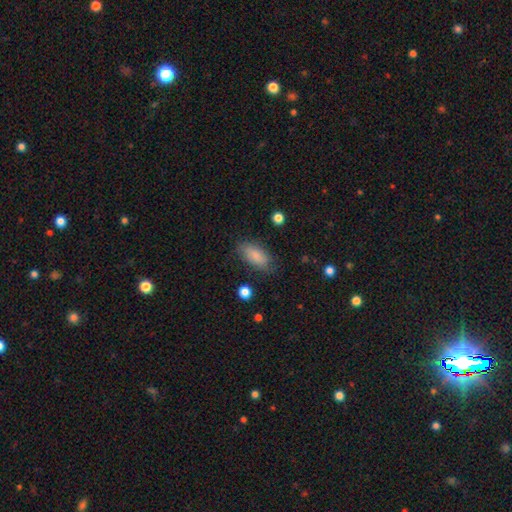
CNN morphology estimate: A smooth galaxy with no disk features (81%) that is in between round and cigar-shaped (88%). Merging: none (76%).